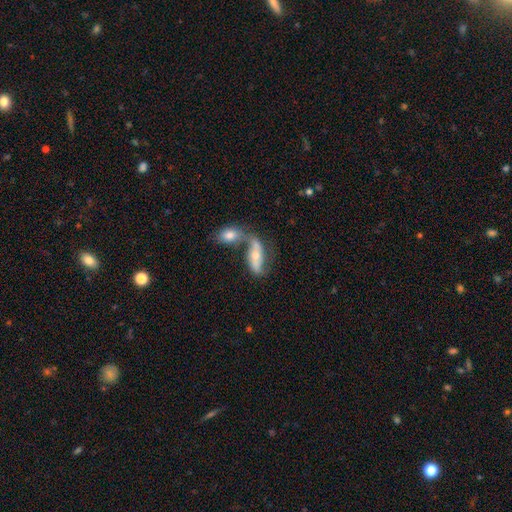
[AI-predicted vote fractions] smooth_or_featured: smooth (p=0.49) [alt: featured or disk p=0.44]
merging: merger (p=0.62) [alt: none p=0.23]